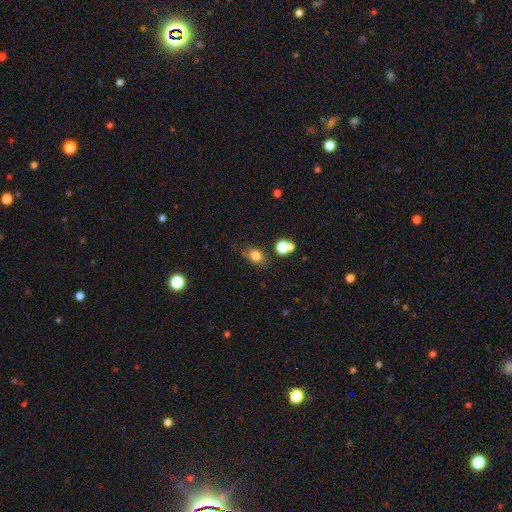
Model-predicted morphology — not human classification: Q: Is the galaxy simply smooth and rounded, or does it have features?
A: smooth — 80%.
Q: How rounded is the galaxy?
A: in between — 64%.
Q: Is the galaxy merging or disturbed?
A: none — 69%.